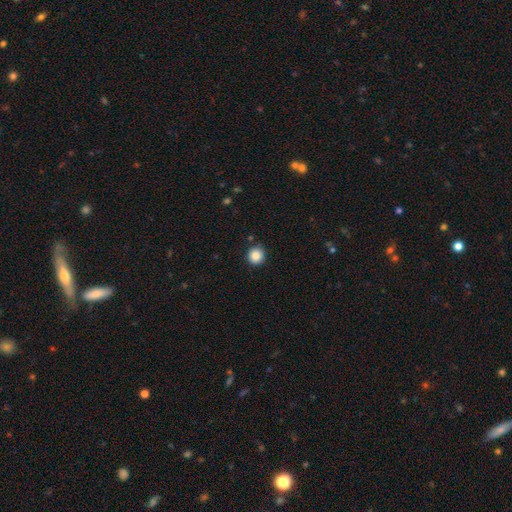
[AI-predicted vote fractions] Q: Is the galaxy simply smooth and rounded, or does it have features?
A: smooth — 87%.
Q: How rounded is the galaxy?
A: round — 92%.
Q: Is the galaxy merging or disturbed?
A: none — 89%.